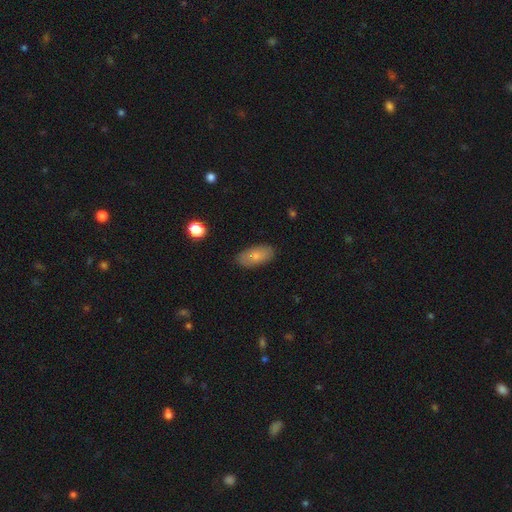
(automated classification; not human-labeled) A smooth galaxy with no disk features (78%) that is in between round and cigar-shaped (91%).

Vote fractions:
- Smooth or featured? smooth: 78% / featured or disk: 15% / star or artifact: 7%
- How rounded? in between: 91% / cigar-shaped: 5% / round: 3%
- Merging? none: 84% / minor disturbance: 12% / major disturbance: 3% / merger: 2%